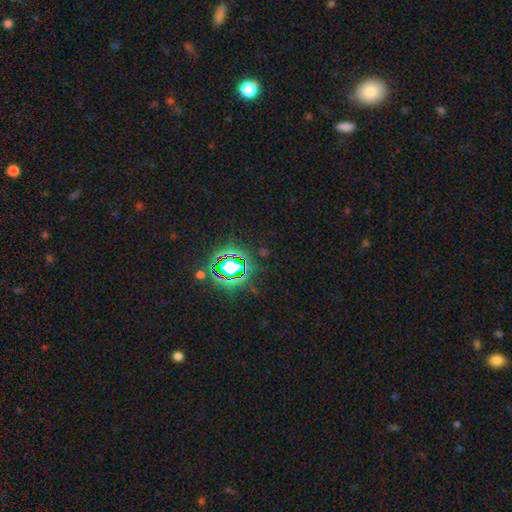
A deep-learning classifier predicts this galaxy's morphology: Q: Smooth or featured?
A: star or artifact (80%); runner-up: smooth (13%)